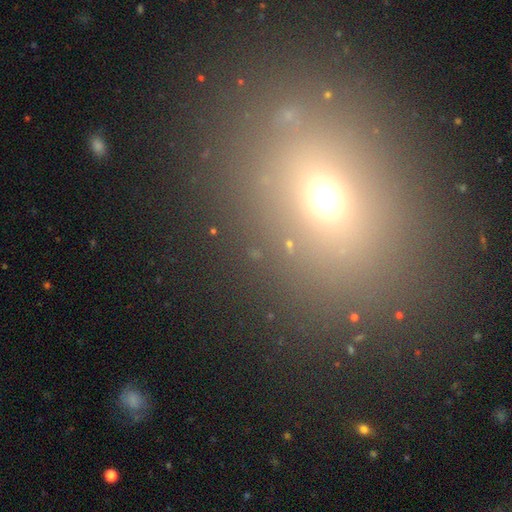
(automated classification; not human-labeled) Smooth or featured?
  - smooth: 61% *
  - star or artifact: 27%
  - featured or disk: 12%
How rounded?
  - in between: 50% *
  - round: 48%
  - cigar-shaped: 2%
Merging?
  - none: 82% *
  - minor disturbance: 9%
  - major disturbance: 5%
  - merger: 4%